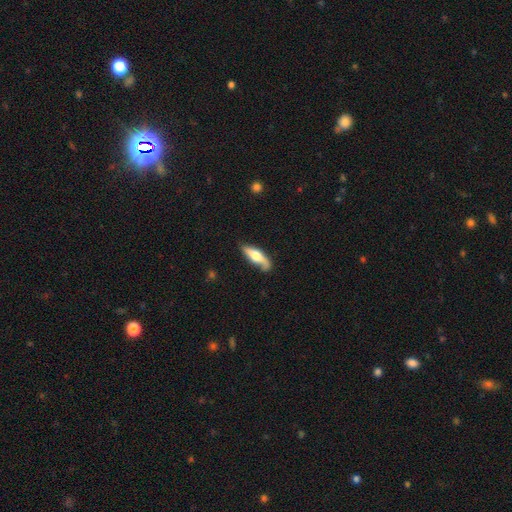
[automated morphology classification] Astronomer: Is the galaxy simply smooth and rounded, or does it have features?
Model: smooth — 49% (runner-up: featured or disk, 46%).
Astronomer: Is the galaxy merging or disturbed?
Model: none — 64%.